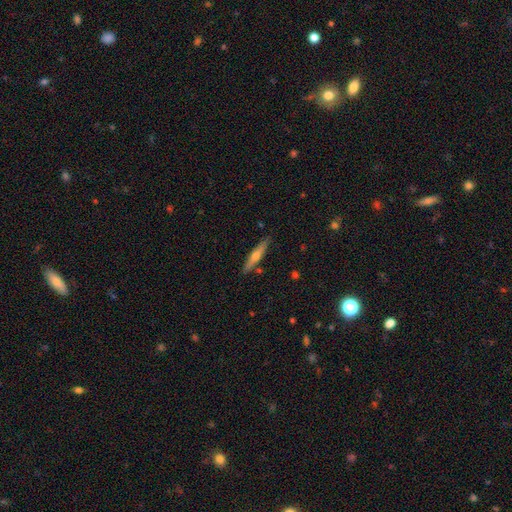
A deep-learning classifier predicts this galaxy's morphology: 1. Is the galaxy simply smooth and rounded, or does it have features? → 50% featured or disk, 43% smooth, 6% star or artifact.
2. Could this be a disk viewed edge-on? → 93% yes, 7% no.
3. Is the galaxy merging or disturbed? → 87% none, 9% minor disturbance, 2% merger, 2% major disturbance.